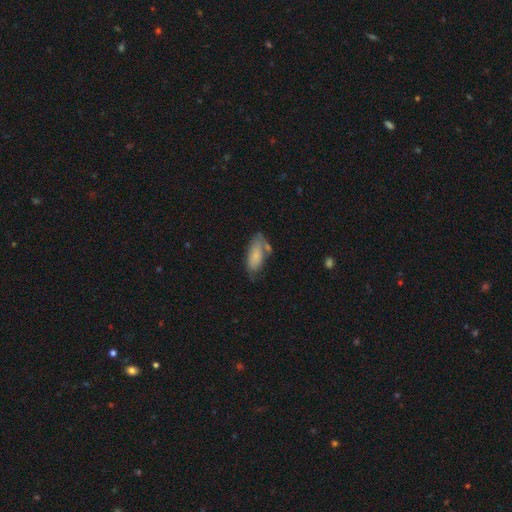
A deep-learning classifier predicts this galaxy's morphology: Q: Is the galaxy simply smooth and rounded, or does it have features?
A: smooth — 73%.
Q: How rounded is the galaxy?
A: in between — 80%.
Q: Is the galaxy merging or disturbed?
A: none — 50%.